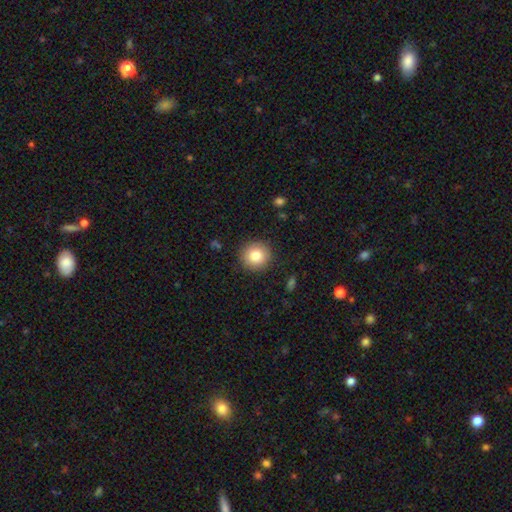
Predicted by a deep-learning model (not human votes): A smooth galaxy with no disk features (82%) that is round (93%).

Vote fractions:
- Smooth or featured? smooth: 82% / star or artifact: 9% / featured or disk: 8%
- How rounded? round: 93% / in between: 6% / cigar-shaped: 1%
- Merging? none: 90% / minor disturbance: 7% / major disturbance: 2% / merger: 1%